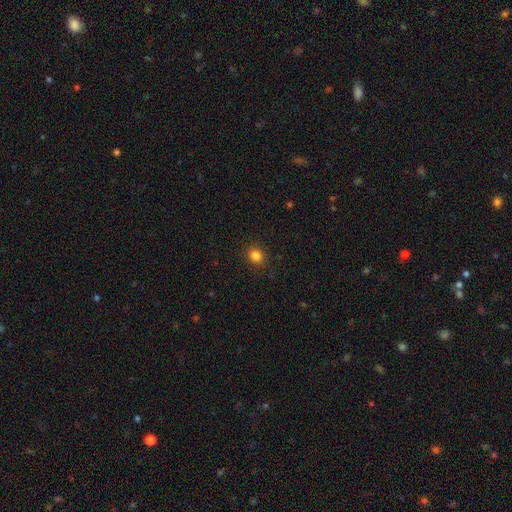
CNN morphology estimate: This appears to be a smooth galaxy with no disk features (83%) that is round (83%). Merging: none (90%).